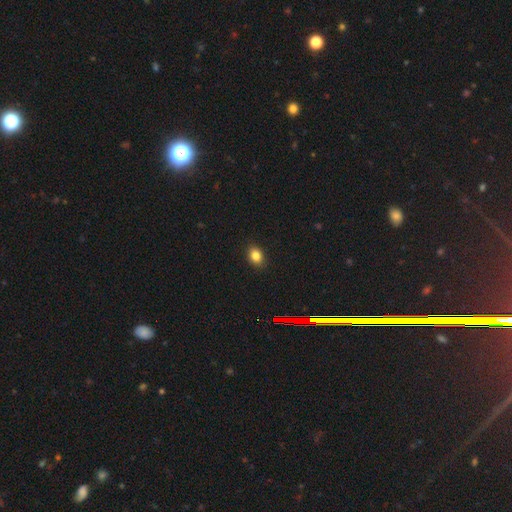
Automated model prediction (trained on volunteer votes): Q: Smooth or featured?
A: smooth (82%); runner-up: star or artifact (12%)
Q: How rounded?
A: in between (61%); runner-up: round (37%)
Q: Merging?
A: none (89%); runner-up: minor disturbance (8%)